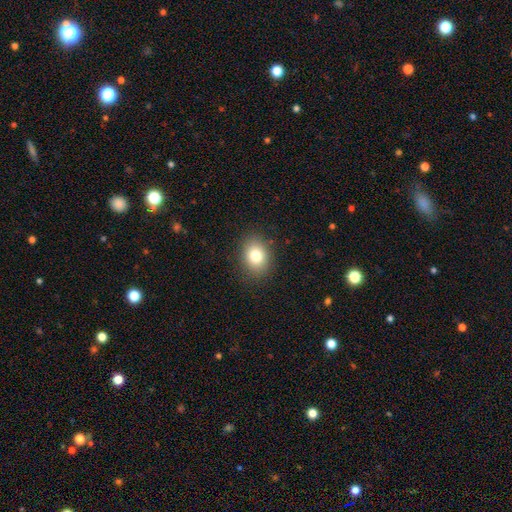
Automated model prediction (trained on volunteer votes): smooth-or-featured: smooth: 80% | star or artifact: 10% | featured or disk: 9%
  how-rounded: in between: 57% | round: 42% | cigar-shaped: 1%
  merging: none: 87% | minor disturbance: 9% | major disturbance: 3% | merger: 1%